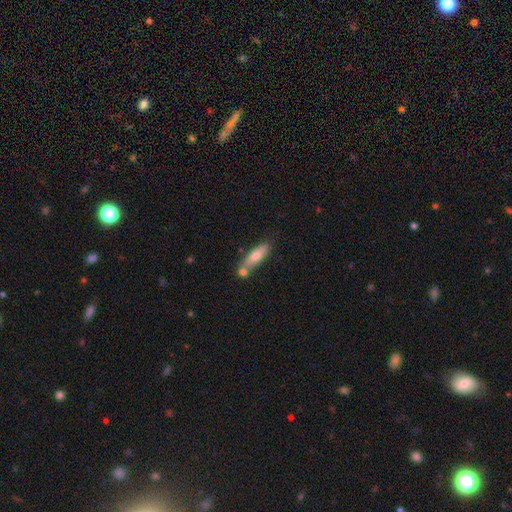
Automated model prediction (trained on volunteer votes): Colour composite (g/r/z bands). It shows a smooth galaxy with no disk features (64%) that is cigar-shaped (63%). Merging: none (58%).